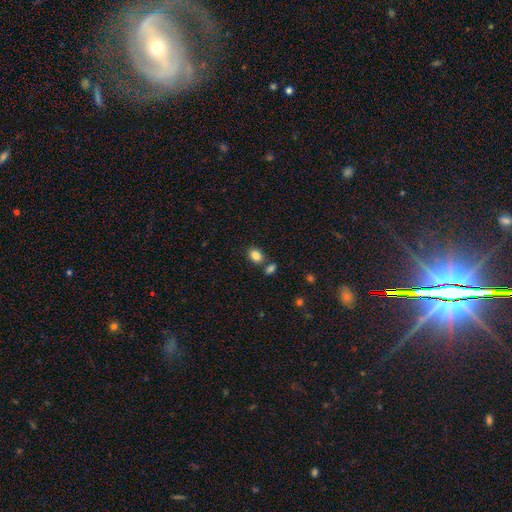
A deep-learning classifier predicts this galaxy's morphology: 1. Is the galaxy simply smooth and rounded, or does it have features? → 85% smooth, 9% star or artifact, 5% featured or disk.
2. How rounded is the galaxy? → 66% in between, 32% round, 1% cigar-shaped.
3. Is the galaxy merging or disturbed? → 71% none, 16% merger, 11% minor disturbance, 3% major disturbance.